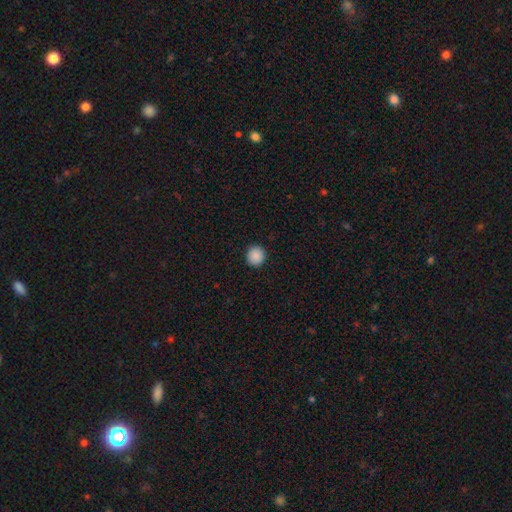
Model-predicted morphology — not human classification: Overall: smooth (89%). How rounded: round (90%). Merging: none (92%).